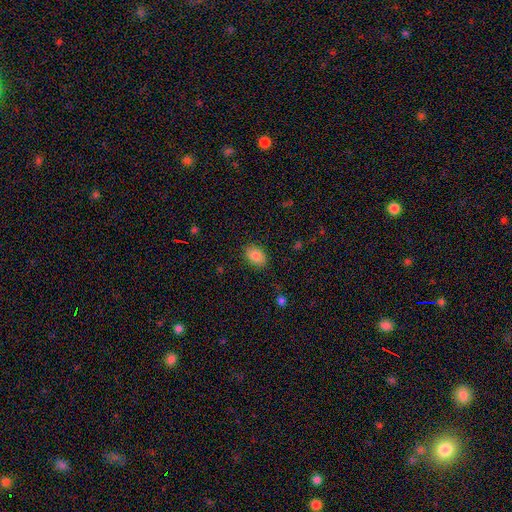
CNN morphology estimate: A smooth galaxy with no disk features (86%) that is in between round and cigar-shaped (80%).

Vote fractions:
- Smooth or featured? smooth: 86% / star or artifact: 8% / featured or disk: 6%
- How rounded? in between: 80% / round: 19% / cigar-shaped: 1%
- Merging? none: 86% / minor disturbance: 10% / major disturbance: 3% / merger: 1%